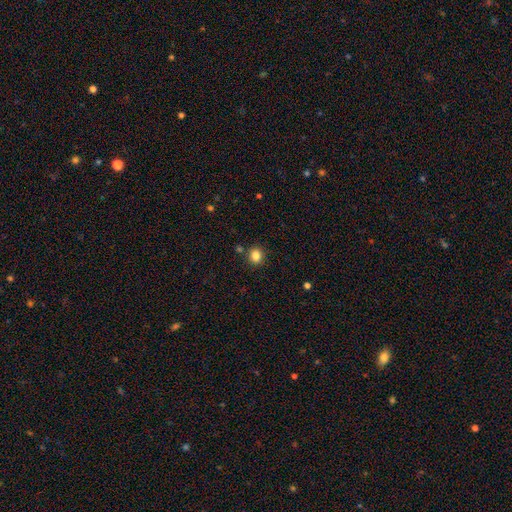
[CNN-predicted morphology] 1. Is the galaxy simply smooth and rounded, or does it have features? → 84% smooth, 11% star or artifact, 5% featured or disk.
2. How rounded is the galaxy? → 75% round, 24% in between, 1% cigar-shaped.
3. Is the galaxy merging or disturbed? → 85% none, 8% minor disturbance, 5% merger, 2% major disturbance.